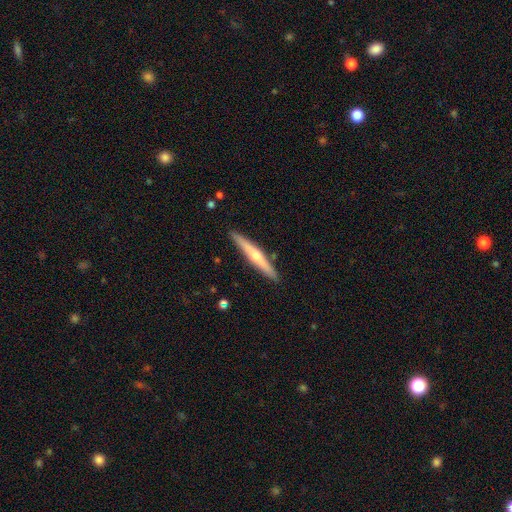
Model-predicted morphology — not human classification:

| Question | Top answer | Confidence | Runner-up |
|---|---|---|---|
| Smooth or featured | featured or disk | 59% | smooth (36%) |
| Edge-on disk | yes | 96% | no (4%) |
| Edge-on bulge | rounded | 83% | none (14%) |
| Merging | none | 90% | minor disturbance (7%) |